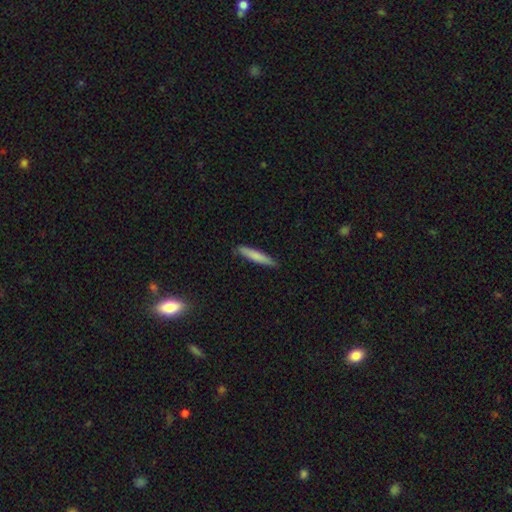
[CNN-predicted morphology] This appears to be a smooth galaxy with no disk features (78%) that is cigar-shaped (91%). Merging: none (86%).